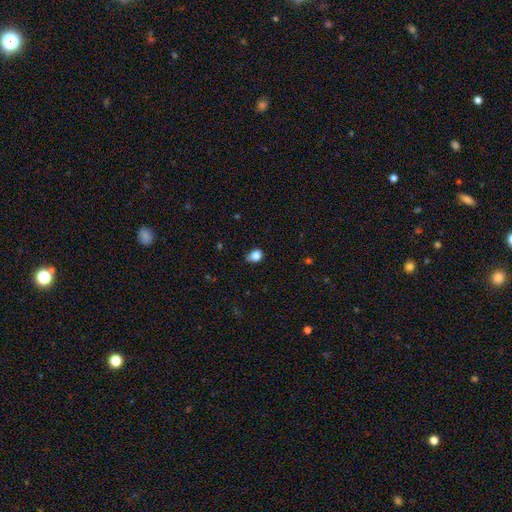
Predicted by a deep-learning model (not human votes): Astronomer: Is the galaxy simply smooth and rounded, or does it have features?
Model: smooth — 85%.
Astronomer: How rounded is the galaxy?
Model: in between — 52% (runner-up: round, 47%).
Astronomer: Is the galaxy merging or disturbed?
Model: none — 61%.